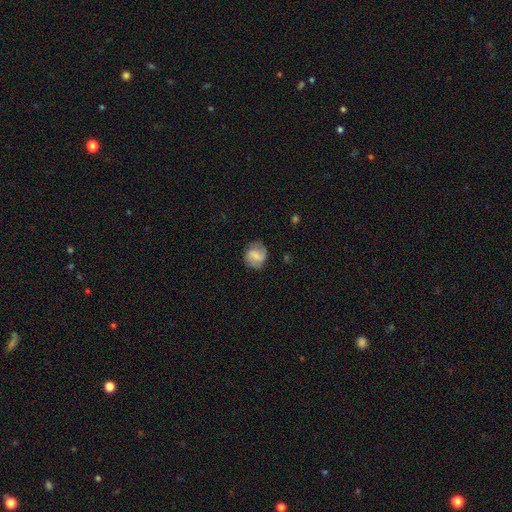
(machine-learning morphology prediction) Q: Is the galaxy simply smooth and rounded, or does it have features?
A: featured or disk — 60%.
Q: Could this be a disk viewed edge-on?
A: no — 98%.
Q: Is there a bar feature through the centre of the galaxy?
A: weak — 51%.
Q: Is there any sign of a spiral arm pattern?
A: yes — 91%.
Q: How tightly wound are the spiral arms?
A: medium — 45%.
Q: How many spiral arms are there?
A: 2 — 83%.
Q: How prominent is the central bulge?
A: small — 38%.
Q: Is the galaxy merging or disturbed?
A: none — 78%.